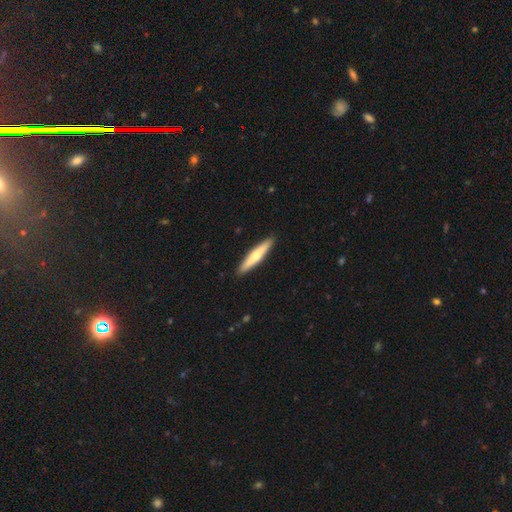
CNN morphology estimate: Smooth or featured: smooth — 50% (featured or disk — 46%)
Merging: none — 91% (minor disturbance — 6%)